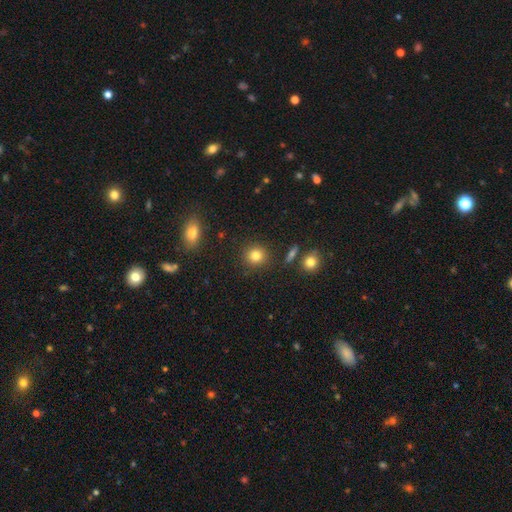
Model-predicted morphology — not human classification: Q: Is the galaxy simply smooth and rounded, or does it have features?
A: smooth — 82%.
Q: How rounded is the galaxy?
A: round — 88%.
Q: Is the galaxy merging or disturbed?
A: none — 88%.